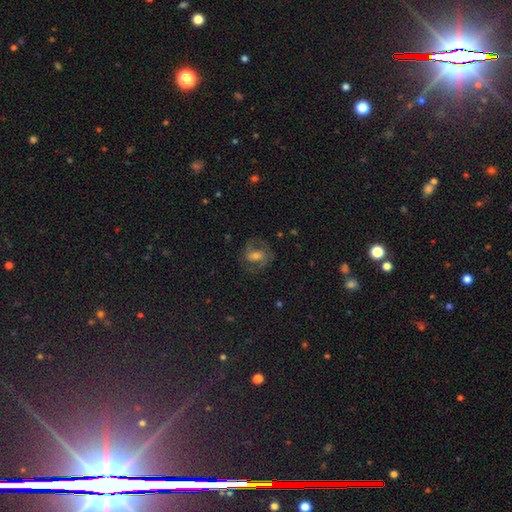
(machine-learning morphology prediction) A featured or disk galaxy (63%) with a weak bar (45%), 2 (82%) medium (54%) spiral arms (83%) and a moderate central bulge (48%). Merging: none (69%).